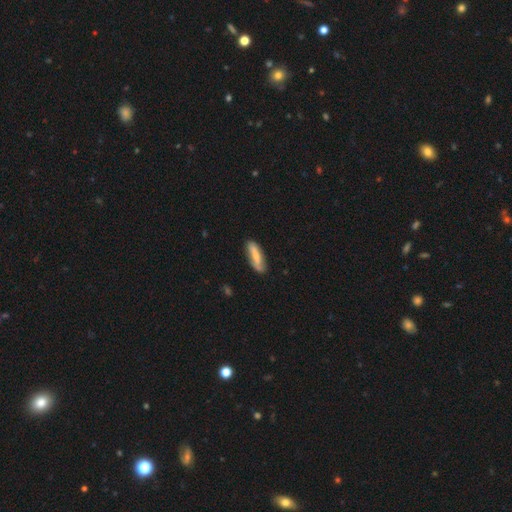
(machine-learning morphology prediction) Smooth or featured: smooth — 55% (featured or disk — 39%)
How rounded: in between — 50% (cigar-shaped — 48%)
Merging: none — 76% (minor disturbance — 18%)